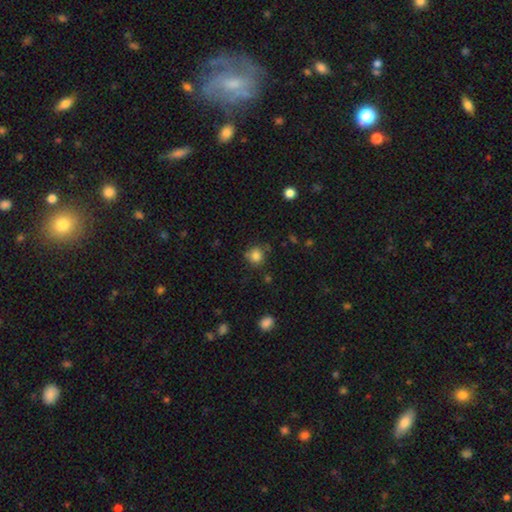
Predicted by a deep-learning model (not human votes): The model was most divided on "merging": none: 73%, minor disturbance: 17%, major disturbance: 5%, merger: 4%. More confident: how rounded — round (87%); smooth or featured — smooth (83%).